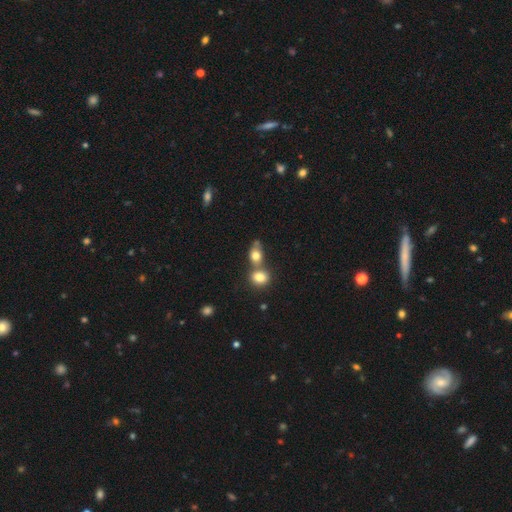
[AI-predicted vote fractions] smooth_or_featured: smooth (p=0.77) [alt: featured or disk p=0.13]
how_rounded: in between (p=0.58) [alt: round p=0.39]
merging: merger (p=0.53) [alt: none p=0.33]